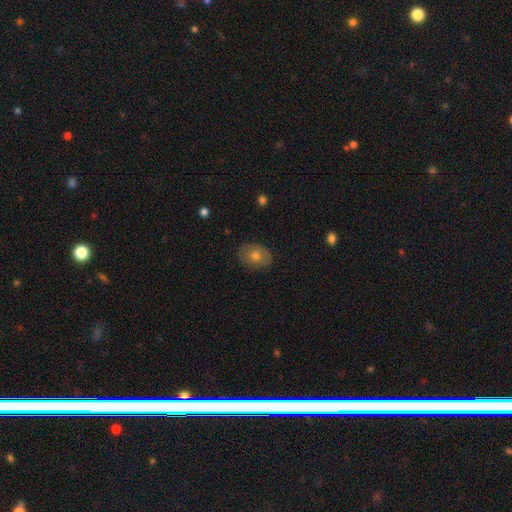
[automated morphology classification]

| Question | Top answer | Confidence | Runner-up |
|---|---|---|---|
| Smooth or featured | smooth | 67% | featured or disk (24%) |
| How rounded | in between | 68% | round (31%) |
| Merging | none | 84% | minor disturbance (12%) |